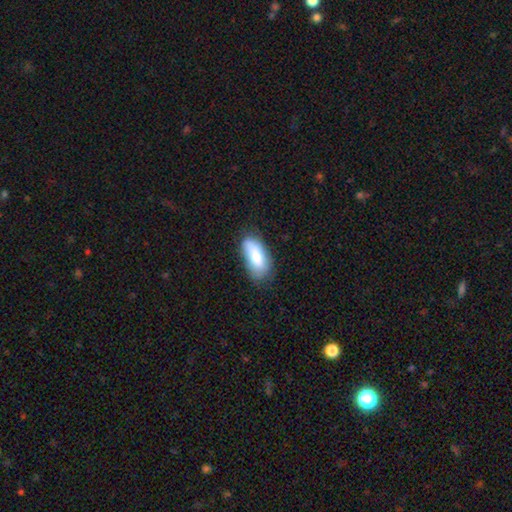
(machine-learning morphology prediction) type=smooth (81%); roundness=in between (85%); merging=none (65%).